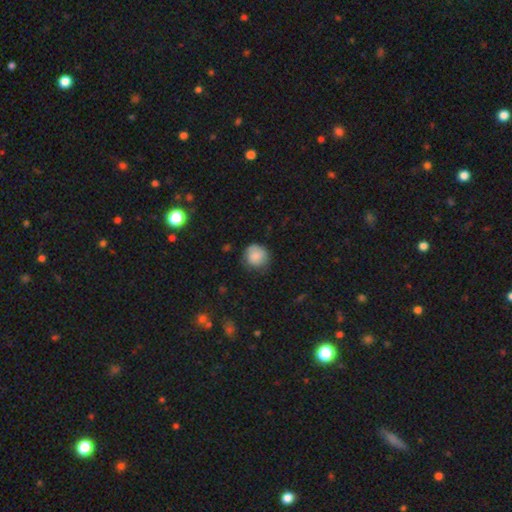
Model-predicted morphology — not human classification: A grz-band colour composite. It shows a smooth galaxy with no disk features (82%) that is round (90%). Merging: none (73%).